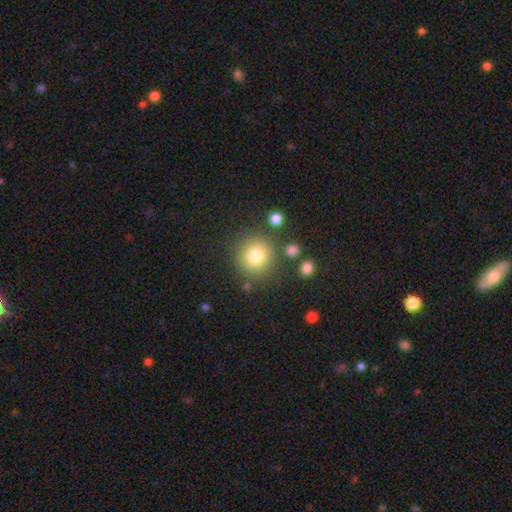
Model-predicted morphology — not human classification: smooth_or_featured: smooth (p=0.79) [alt: star or artifact p=0.12]
how_rounded: round (p=0.92) [alt: in between p=0.07]
merging: none (p=0.81) [alt: minor disturbance p=0.10]